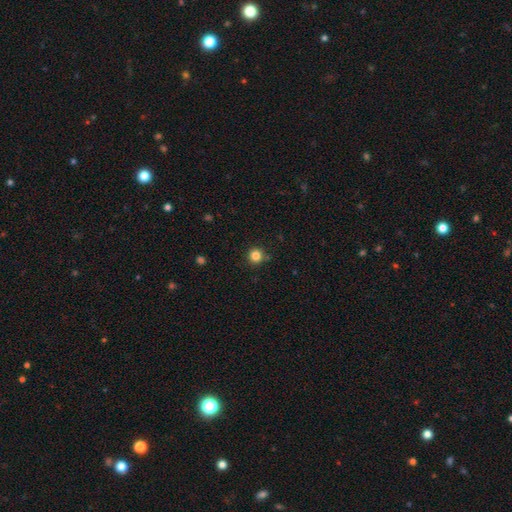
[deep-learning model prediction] A smooth galaxy with no disk features (83%) that is round (95%).

Vote fractions:
- Smooth or featured? smooth: 83% / star or artifact: 12% / featured or disk: 4%
- How rounded? round: 95% / in between: 4% / cigar-shaped: 1%
- Merging? none: 87% / minor disturbance: 9% / merger: 2% / major disturbance: 2%